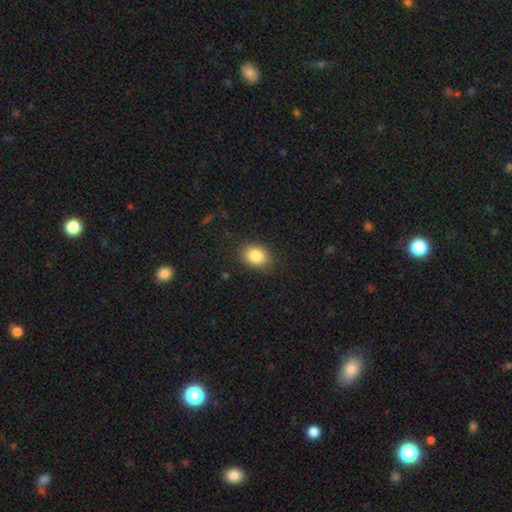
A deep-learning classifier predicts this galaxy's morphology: Smooth or featured? Predicted: smooth (p=0.85). How rounded? Predicted: in between (p=0.62). Merging? Predicted: none (p=0.85).